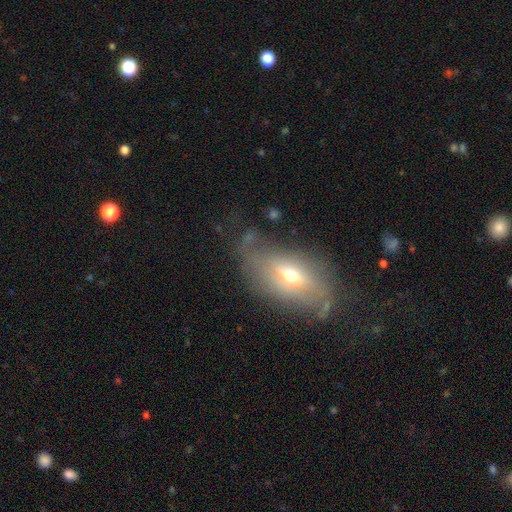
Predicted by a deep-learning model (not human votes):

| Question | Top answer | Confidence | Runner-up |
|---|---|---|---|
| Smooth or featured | featured or disk | 57% | smooth (31%) |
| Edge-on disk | no | 87% | yes (13%) |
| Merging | none | 56% | minor disturbance (26%) |